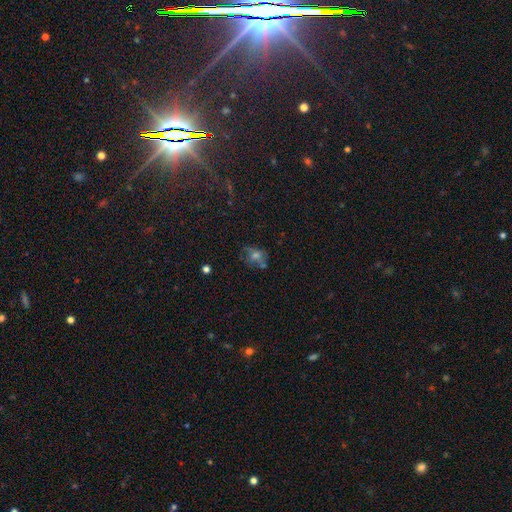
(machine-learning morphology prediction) This is marginally a smooth galaxy (41%). Merging: possibly none (58%).